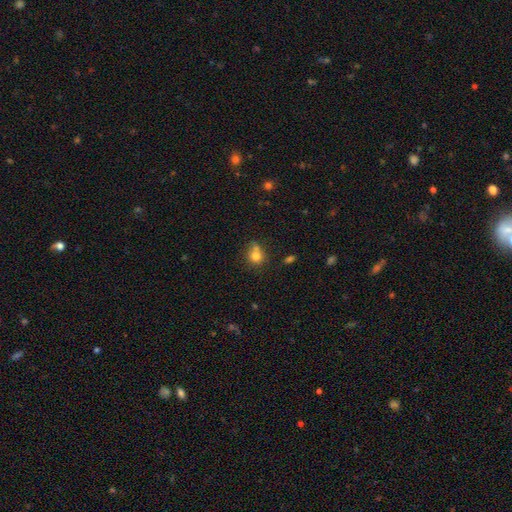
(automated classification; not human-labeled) smooth_or_featured: smooth (p=0.77) [alt: star or artifact p=0.12]
how_rounded: round (p=0.75) [alt: in between p=0.24]
merging: none (p=0.48) [alt: merger p=0.25]